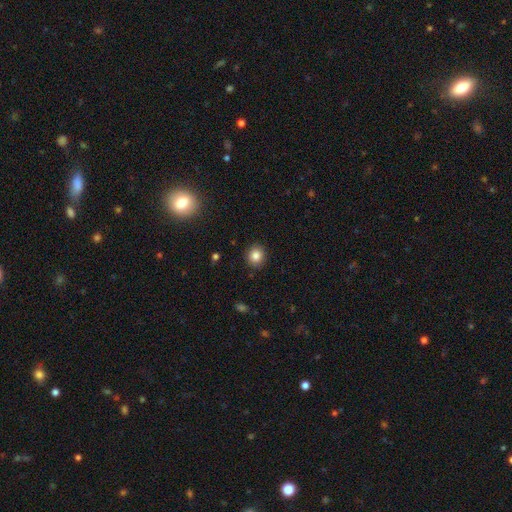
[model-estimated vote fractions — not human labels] smooth 84%, star or artifact 10%, featured or disk 5%. Down the decision tree: how rounded — round (84%); merging — none (91%).